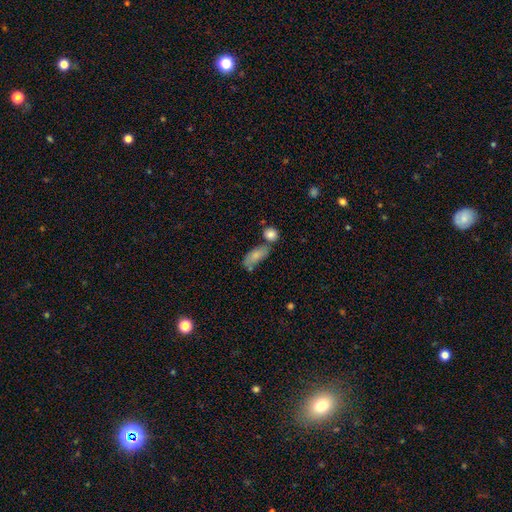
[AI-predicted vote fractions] Smooth or featured: smooth — 78% (featured or disk — 15%)
How rounded: in between — 82% (cigar-shaped — 14%)
Merging: none — 48% (merger — 26%)